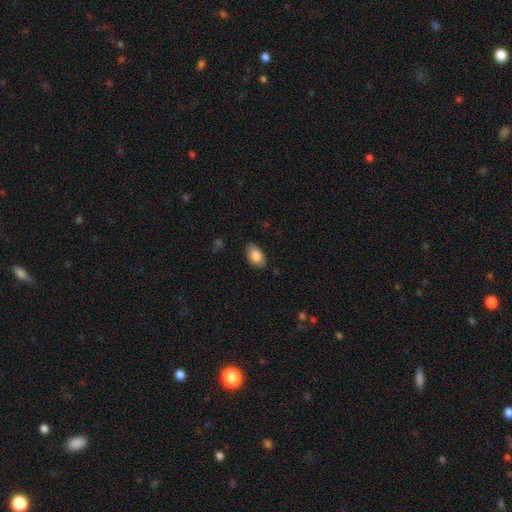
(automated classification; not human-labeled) The model was most divided on "smooth or featured": smooth: 83%, featured or disk: 10%, star or artifact: 7%. More confident: how rounded — in between (91%); merging — none (85%).